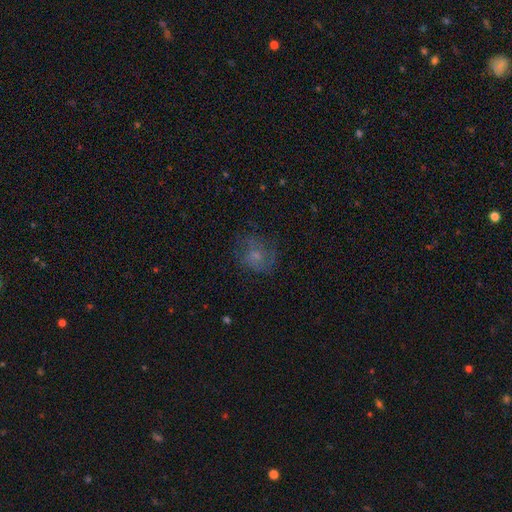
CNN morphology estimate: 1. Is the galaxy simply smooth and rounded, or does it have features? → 47% smooth, 39% featured or disk, 15% star or artifact.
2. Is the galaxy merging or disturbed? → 61% none, 21% minor disturbance, 16% major disturbance, 1% merger.